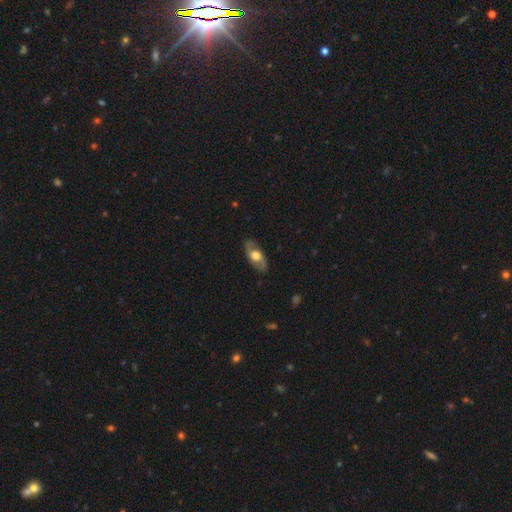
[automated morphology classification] This appears to be a featured or disk galaxy (55%). Merging: none (82%).